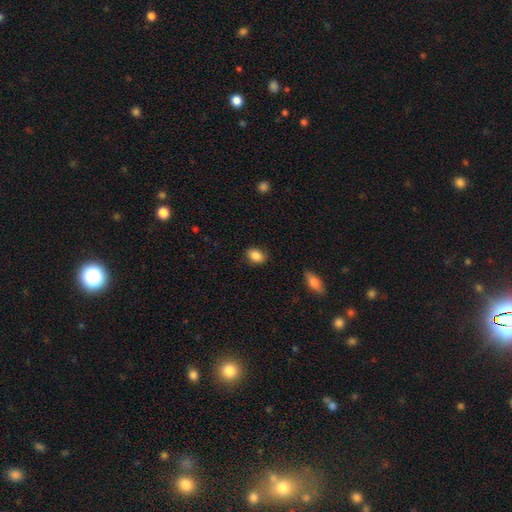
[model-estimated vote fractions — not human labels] Smooth or featured: smooth — 87% (star or artifact — 8%)
How rounded: in between — 73% (round — 25%)
Merging: none — 86% (minor disturbance — 10%)